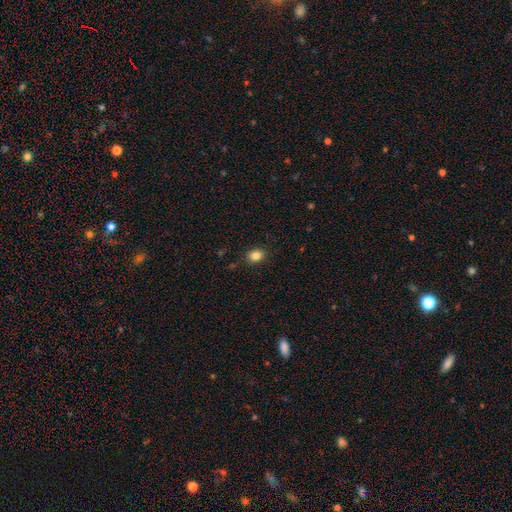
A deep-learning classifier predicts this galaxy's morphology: The model was most divided on "how rounded": in between: 60%, round: 39%, cigar-shaped: 1%. More confident: merging — none (87%); smooth or featured — smooth (85%).